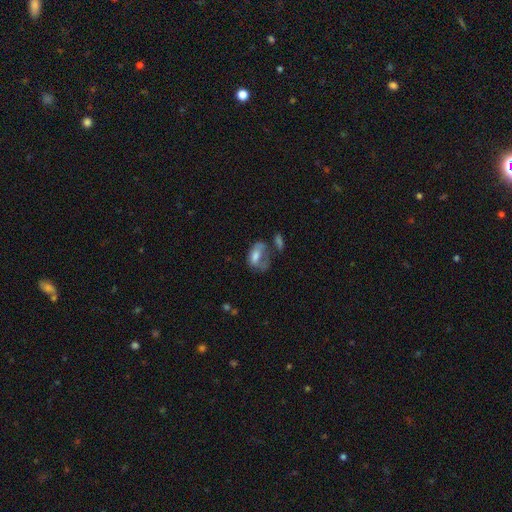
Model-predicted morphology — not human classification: smooth_or_featured: smooth (p=0.60) [alt: featured or disk p=0.31]
how_rounded: in between (p=0.87) [alt: round p=0.10]
merging: major disturbance (p=0.38) [alt: none p=0.25]